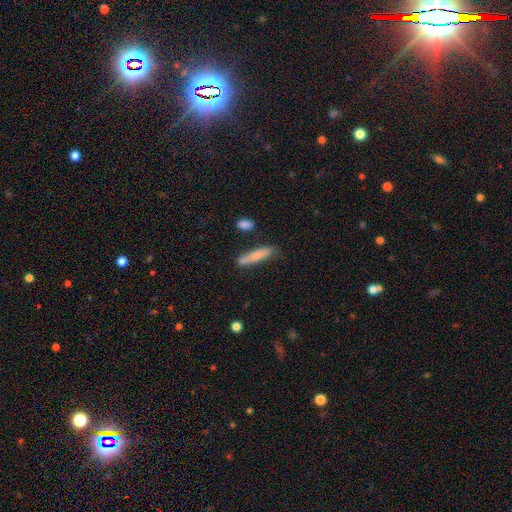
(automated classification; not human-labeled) A smooth galaxy with no disk features (75%) that is cigar-shaped (87%). Merging: none (69%).